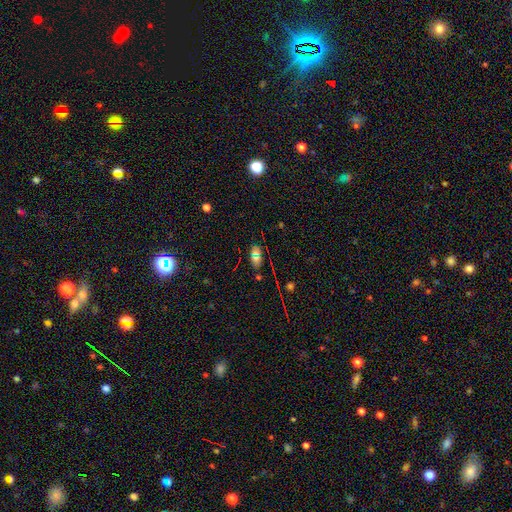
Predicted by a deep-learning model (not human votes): Overall: smooth (54%; star or artifact 32%). How rounded: in between (83%). Merging: none (75%).